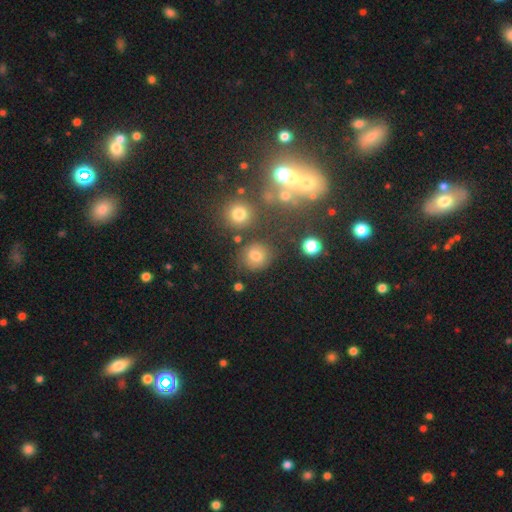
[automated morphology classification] The model was most divided on "smooth or featured": smooth: 69%, star or artifact: 19%, featured or disk: 11%. More confident: how rounded — round (82%); merging — none (78%).